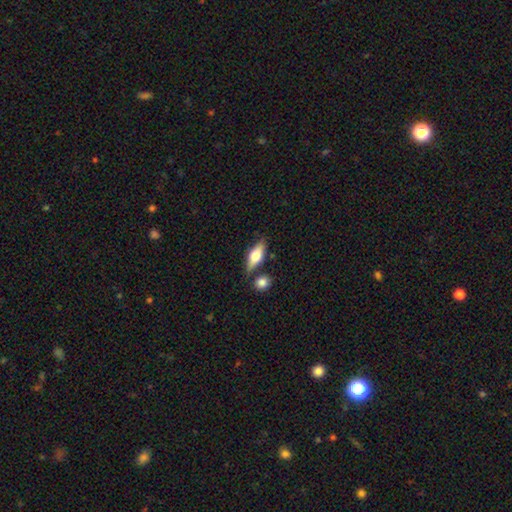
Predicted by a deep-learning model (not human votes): This appears to be a smooth galaxy with no disk features (57%) that is in between round and cigar-shaped (68%). Merging: none (74%).